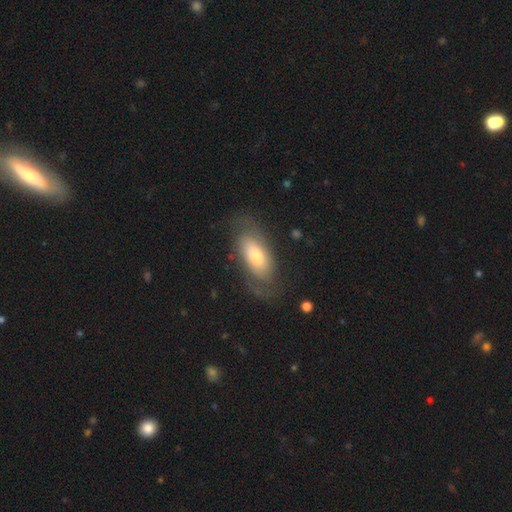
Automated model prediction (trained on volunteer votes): Q: Smooth or featured?
A: featured or disk (58%); runner-up: smooth (35%)
Q: Edge-on disk?
A: no (89%); runner-up: yes (11%)
Q: Bar?
A: no (65%); runner-up: weak (25%)
Q: Spiral arms?
A: yes (80%); runner-up: no (20%)
Q: Bulge size?
A: moderate (57%); runner-up: small (22%)
Q: Merging?
A: none (69%); runner-up: minor disturbance (18%)